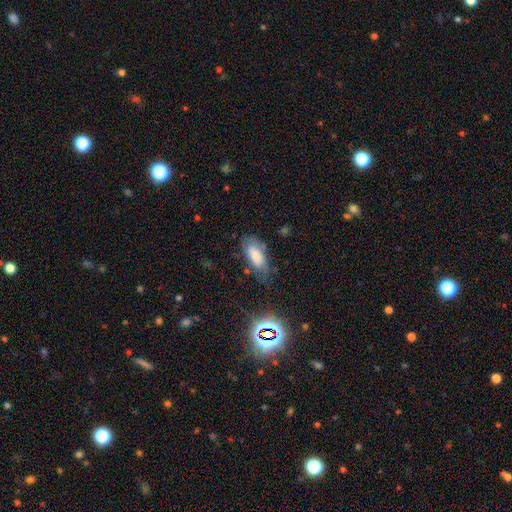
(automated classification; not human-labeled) Smooth or featured? Predicted: smooth (p=0.68). How rounded? Predicted: in between (p=0.87). Merging? Predicted: none (p=0.54).